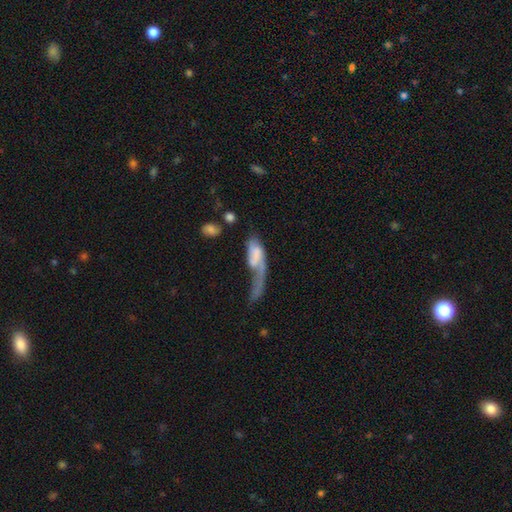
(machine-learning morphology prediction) This appears to be a featured or disk galaxy (50%). Merging: major disturbance (57%).